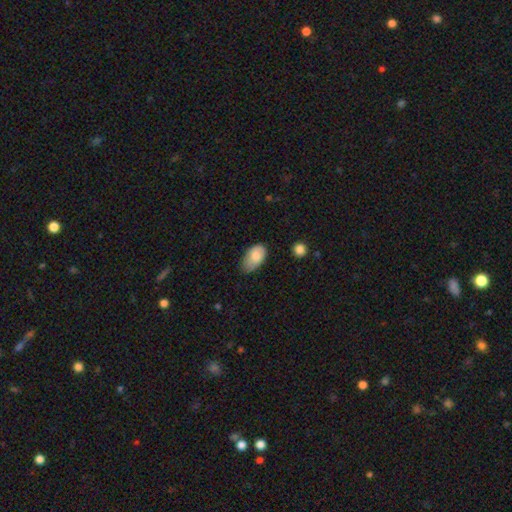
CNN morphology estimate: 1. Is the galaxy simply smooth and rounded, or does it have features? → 82% smooth, 12% featured or disk, 7% star or artifact.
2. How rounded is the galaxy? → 93% in between, 5% round, 2% cigar-shaped.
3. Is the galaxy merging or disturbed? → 49% none, 41% minor disturbance, 8% major disturbance, 2% merger.